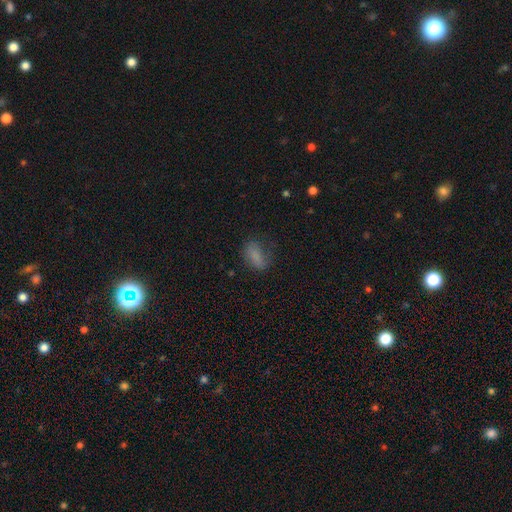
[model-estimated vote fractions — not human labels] Smooth or featured?
  - smooth: 78% *
  - featured or disk: 12%
  - star or artifact: 11%
How rounded?
  - in between: 85% *
  - cigar-shaped: 8%
  - round: 7%
Merging?
  - none: 57% *
  - minor disturbance: 27%
  - major disturbance: 14%
  - merger: 2%